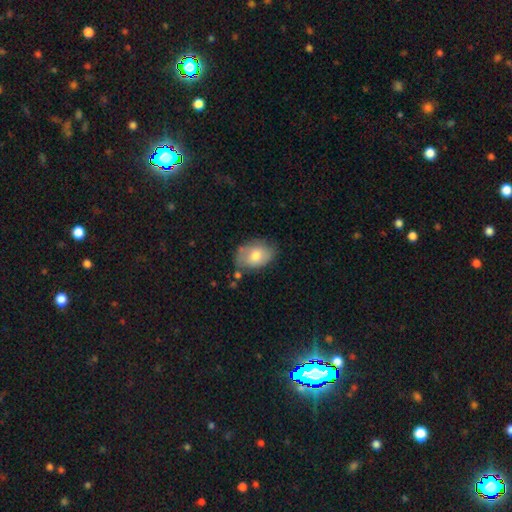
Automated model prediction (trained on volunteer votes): A smooth galaxy with no disk features (69%) that is in between round and cigar-shaped (81%). Merging: none (64%).